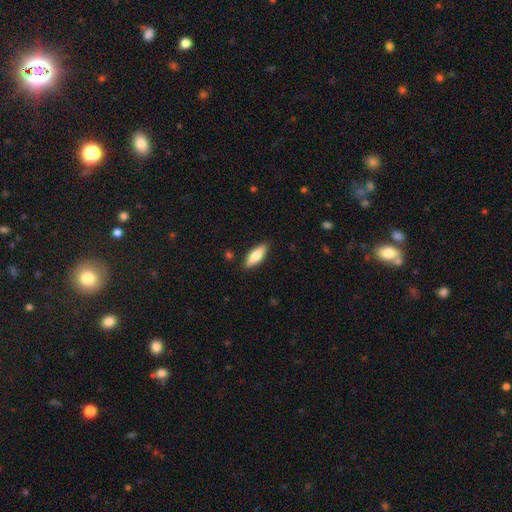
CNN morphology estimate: Q: Smooth or featured?
A: smooth (73%); runner-up: featured or disk (22%)
Q: How rounded?
A: in between (60%); runner-up: cigar-shaped (38%)
Q: Merging?
A: none (88%); runner-up: minor disturbance (9%)